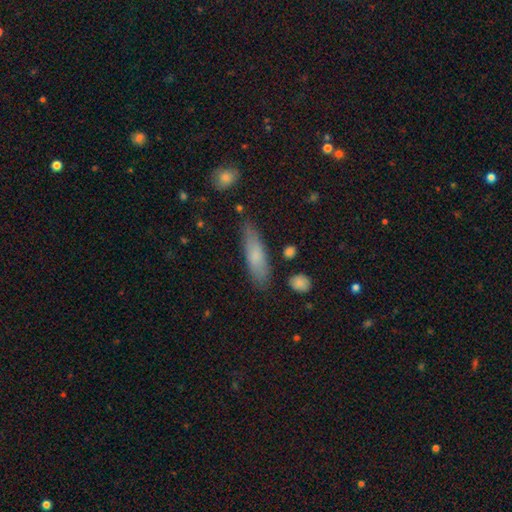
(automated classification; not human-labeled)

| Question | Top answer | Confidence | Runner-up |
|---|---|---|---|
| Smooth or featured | smooth | 74% | featured or disk (20%) |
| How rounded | cigar-shaped | 64% | in between (34%) |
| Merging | none | 77% | minor disturbance (17%) |